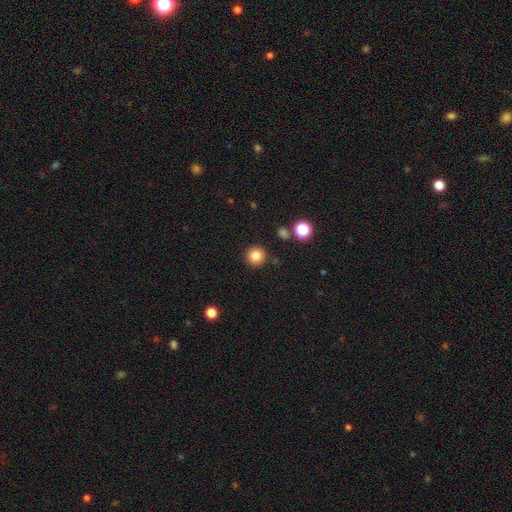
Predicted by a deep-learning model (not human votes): This is clearly a smooth galaxy (83%). How rounded: clearly round (95%). Merging: clearly none (90%).